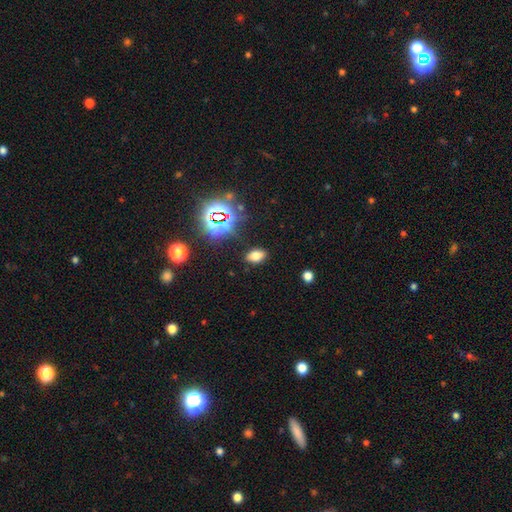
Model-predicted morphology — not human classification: Q: Smooth or featured?
A: smooth (68%); runner-up: star or artifact (23%)
Q: How rounded?
A: in between (87%); runner-up: round (10%)
Q: Merging?
A: none (86%); runner-up: minor disturbance (10%)